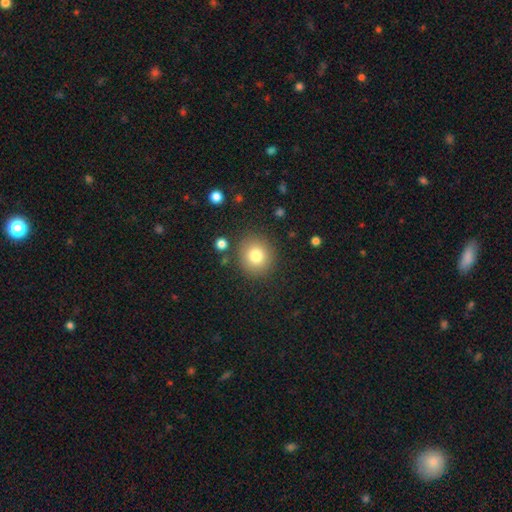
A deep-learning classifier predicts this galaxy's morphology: Smooth or featured? smooth (79%)
How rounded? round (89%)
Merging? none (87%)